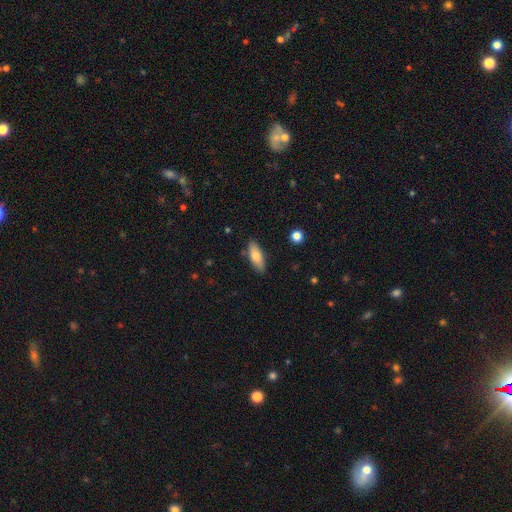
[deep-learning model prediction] A smooth galaxy with no disk features (74%) that is in between round and cigar-shaped (67%). Merging: none (84%).